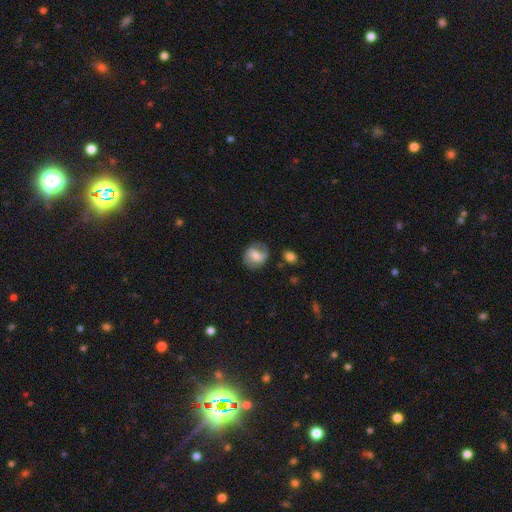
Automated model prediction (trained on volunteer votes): A featured or disk galaxy (47%).

Vote fractions:
- Smooth or featured? featured or disk: 47% / smooth: 45% / star or artifact: 8%
- Merging? none: 71% / minor disturbance: 19% / major disturbance: 7% / merger: 3%